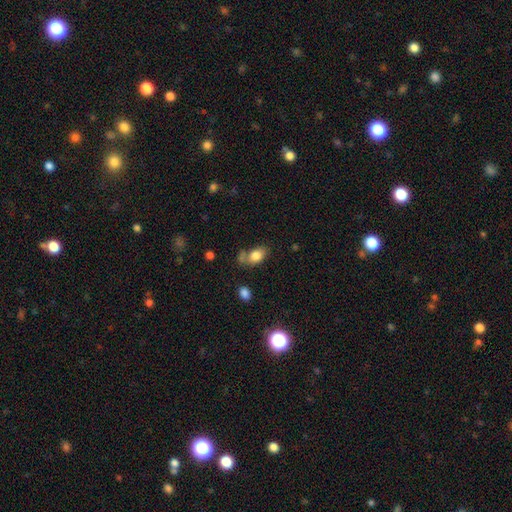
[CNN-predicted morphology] Overall: smooth (81%). How rounded: in between (85%). Merging: none (53%; minor disturbance 21%).